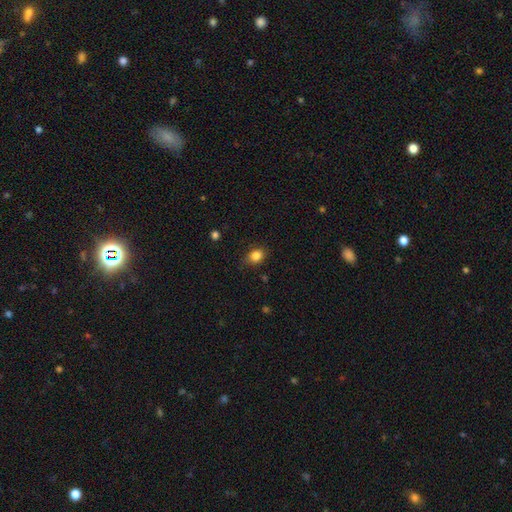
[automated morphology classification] type=smooth (84%); roundness=in between (60%); merging=none (80%).